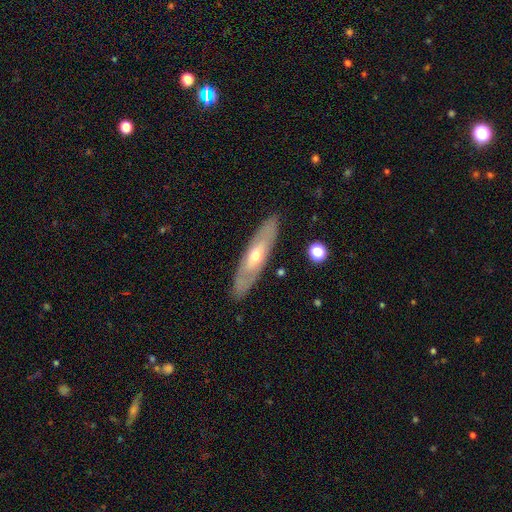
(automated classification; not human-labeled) The model was most divided on "edge-on disk": no: 60%, yes: 40%. More confident: merging — none (86%); smooth or featured — featured or disk (57%).